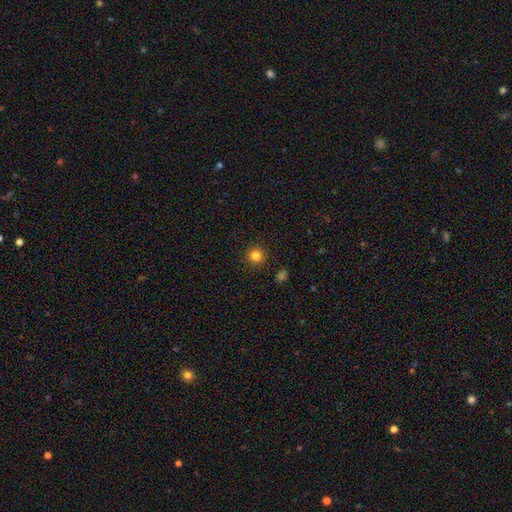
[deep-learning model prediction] A smooth galaxy with no disk features (82%) that is round (95%). Merging: none (93%).